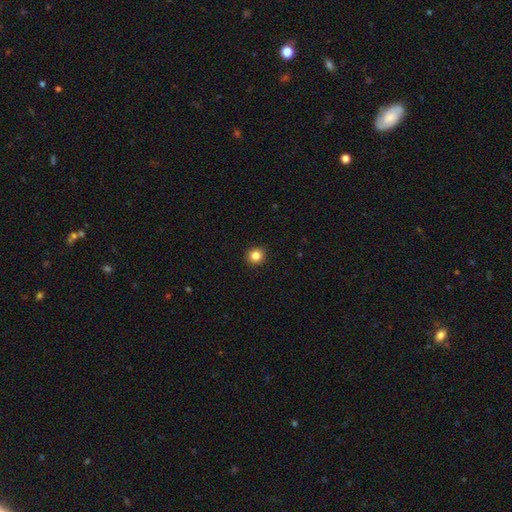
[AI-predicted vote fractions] smooth 84%, star or artifact 11%, featured or disk 5%. Down the decision tree: how rounded — round (92%); merging — none (93%).